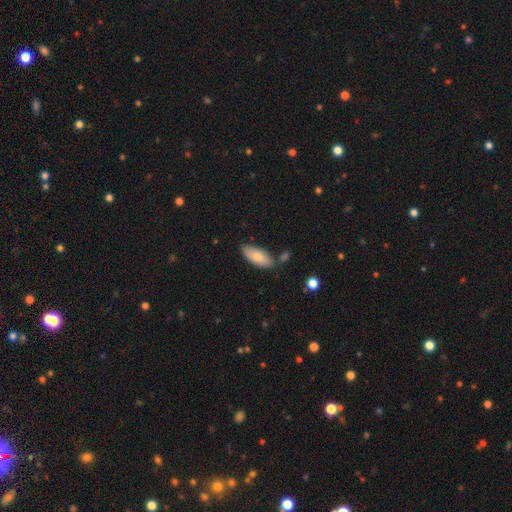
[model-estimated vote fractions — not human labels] Smooth or featured? Predicted: smooth (p=0.78). How rounded? Predicted: in between (p=0.88). Merging? Predicted: none (p=0.75).